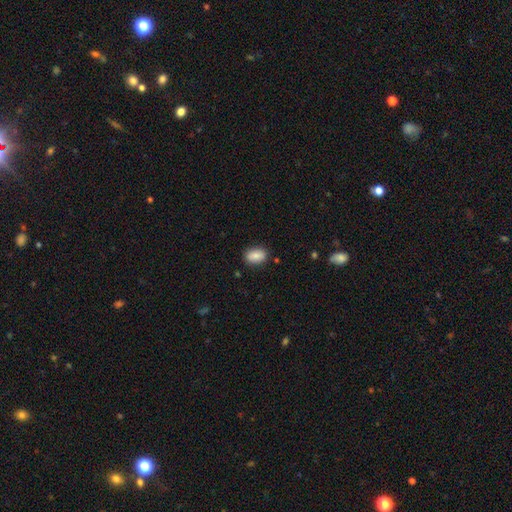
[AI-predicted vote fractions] Morphology: type=smooth (85%); roundness=in between (86%); merging=none (85%).